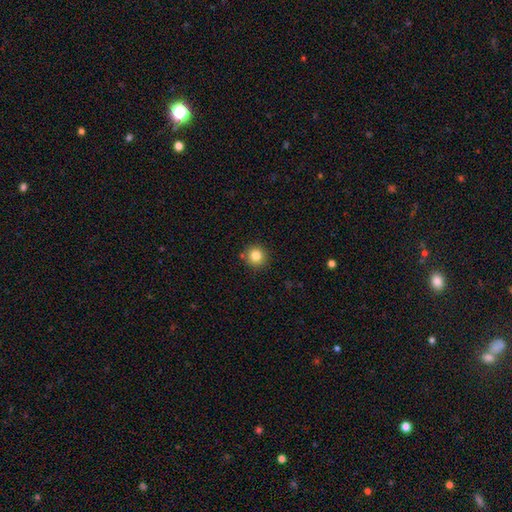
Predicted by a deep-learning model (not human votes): A smooth galaxy with no disk features (83%) that is round (94%). Merging: none (88%).